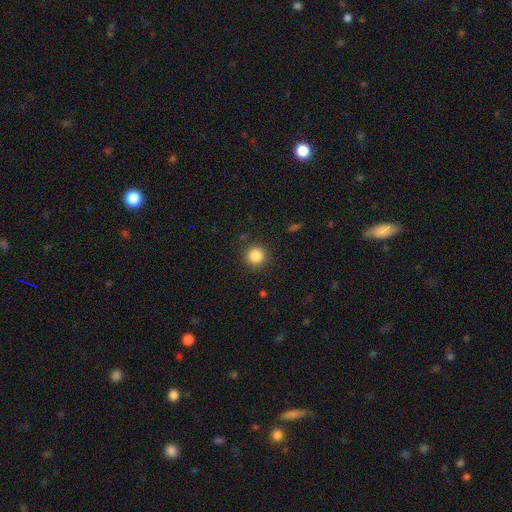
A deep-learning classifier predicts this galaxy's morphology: This is clearly a smooth galaxy (85%). How rounded: clearly round (94%). Merging: clearly none (89%).